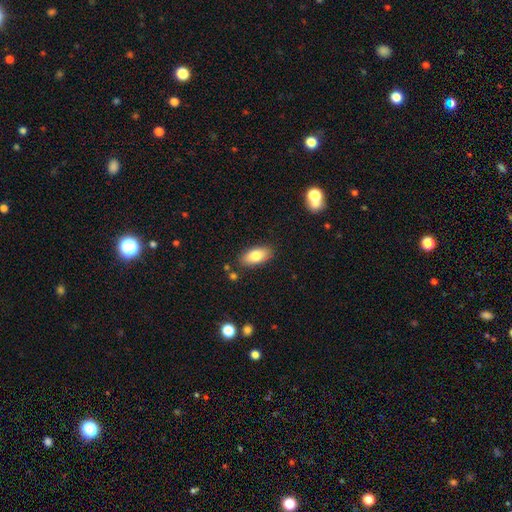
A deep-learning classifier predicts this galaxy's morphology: This appears to be a smooth galaxy with no disk features (80%) that is in between round and cigar-shaped (90%). Merging: none (85%).